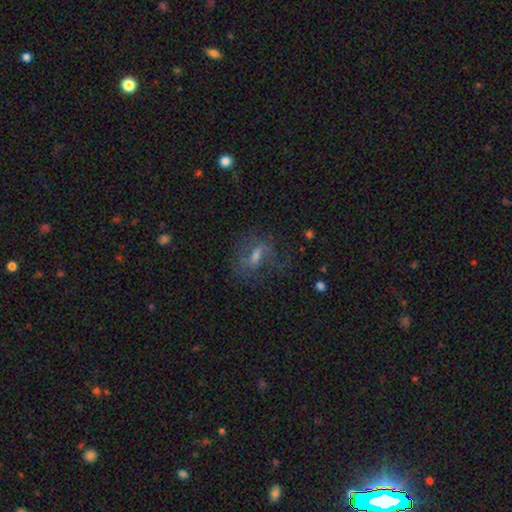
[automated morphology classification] A featured or disk galaxy (50%). Merging: none (59%).